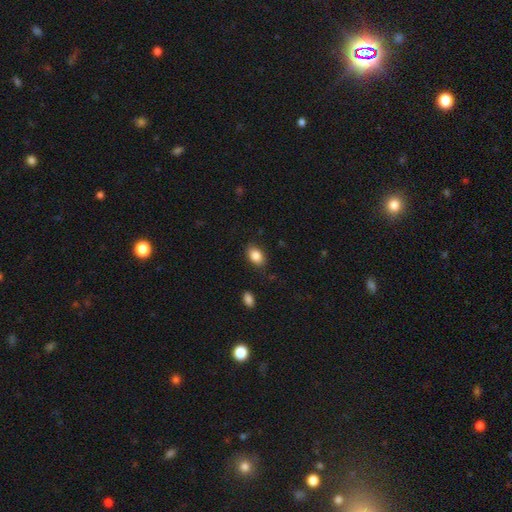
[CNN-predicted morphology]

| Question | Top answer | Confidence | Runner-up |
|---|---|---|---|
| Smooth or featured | smooth | 86% | star or artifact (8%) |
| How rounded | in between | 85% | round (14%) |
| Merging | none | 84% | minor disturbance (11%) |